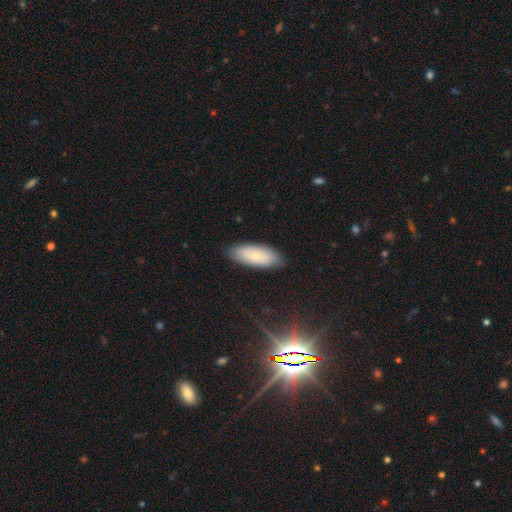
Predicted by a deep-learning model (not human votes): Smooth or featured? Predicted: smooth (p=0.71). How rounded? Predicted: in between (p=0.80). Merging? Predicted: none (p=0.84).